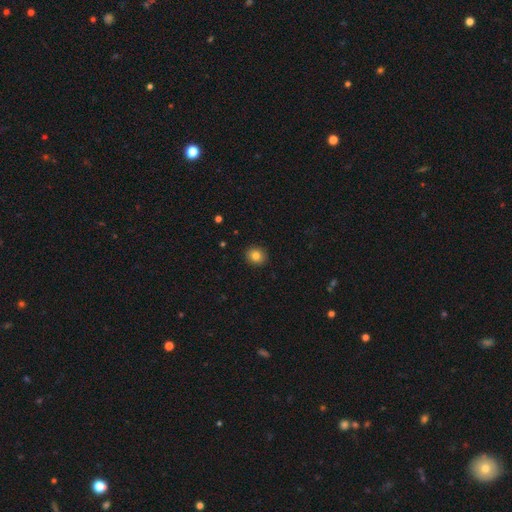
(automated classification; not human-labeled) Morphology: type=smooth (82%); roundness=round (78%); merging=none (92%).